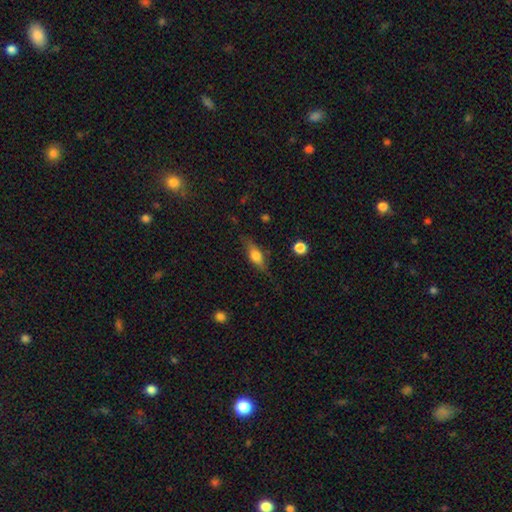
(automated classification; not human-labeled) Morphology: type=smooth (62%); roundness=in between (65%); merging=none (75%).